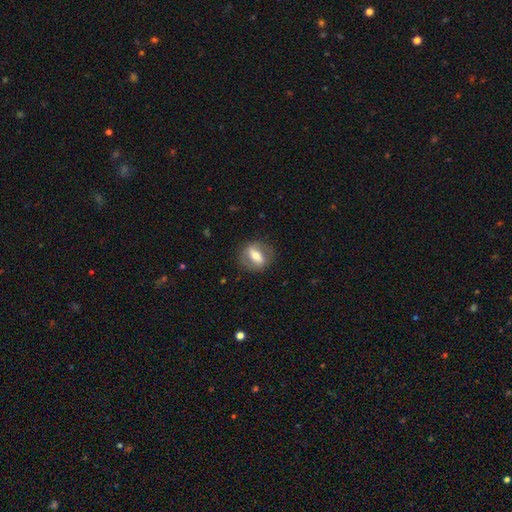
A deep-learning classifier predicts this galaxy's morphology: A smooth galaxy with no disk features (48%).

Vote fractions:
- Smooth or featured? smooth: 48% / featured or disk: 45% / star or artifact: 7%
- Merging? none: 80% / minor disturbance: 13% / major disturbance: 6% / merger: 1%